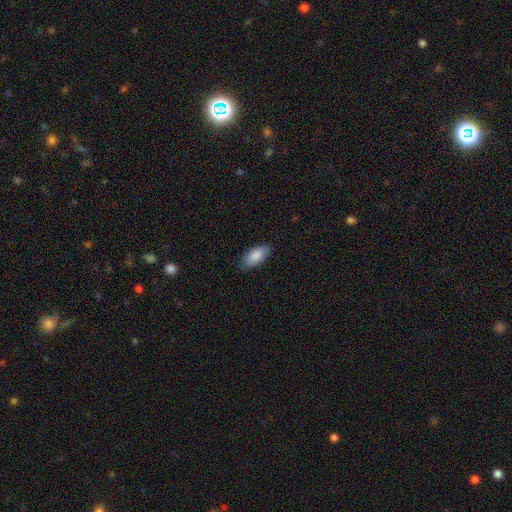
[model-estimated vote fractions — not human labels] A smooth galaxy with no disk features (87%) that is in between round and cigar-shaped (90%).

Vote fractions:
- Smooth or featured? smooth: 87% / featured or disk: 7% / star or artifact: 6%
- How rounded? in between: 90% / cigar-shaped: 8% / round: 2%
- Merging? none: 85% / minor disturbance: 12% / major disturbance: 2% / merger: 1%